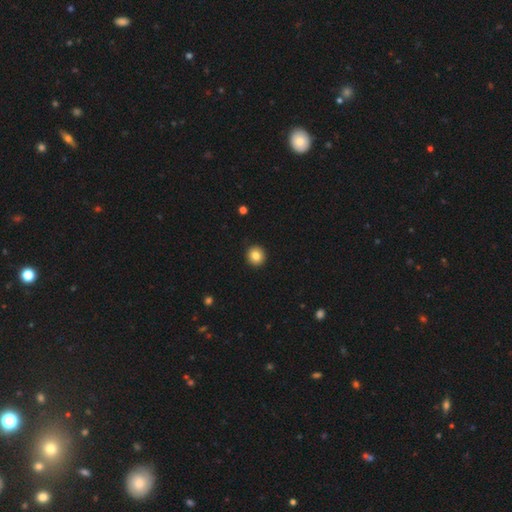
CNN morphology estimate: Smooth or featured? smooth (83%)
How rounded? round (94%)
Merging? none (93%)